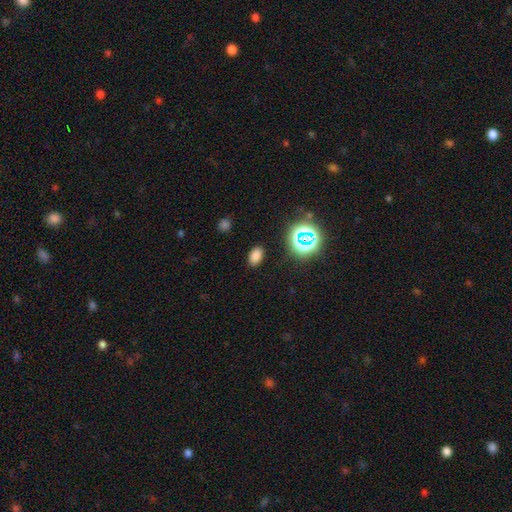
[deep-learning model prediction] smooth-or-featured: smooth: 75% | star or artifact: 20% | featured or disk: 5%
  how-rounded: in between: 87% | round: 12% | cigar-shaped: 2%
  merging: none: 87% | minor disturbance: 9% | major disturbance: 3% | merger: 1%